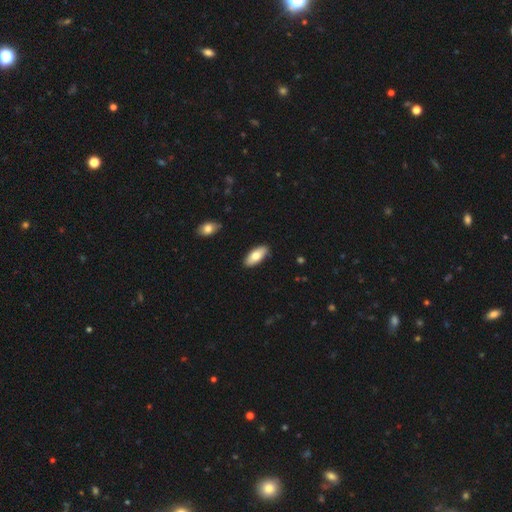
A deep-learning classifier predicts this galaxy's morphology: Q: Smooth or featured?
A: smooth (77%); runner-up: featured or disk (18%)
Q: How rounded?
A: in between (86%); runner-up: cigar-shaped (12%)
Q: Merging?
A: none (88%); runner-up: minor disturbance (9%)